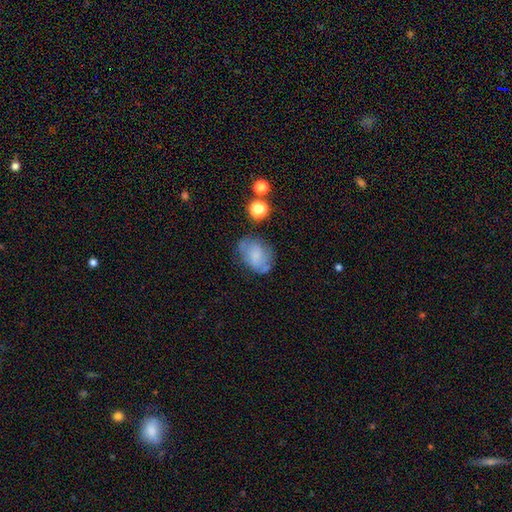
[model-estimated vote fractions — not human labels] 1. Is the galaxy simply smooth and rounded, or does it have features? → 57% smooth, 32% featured or disk, 10% star or artifact.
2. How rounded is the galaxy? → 71% in between, 28% round, 1% cigar-shaped.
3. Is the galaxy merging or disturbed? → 54% none, 27% minor disturbance, 13% major disturbance, 6% merger.